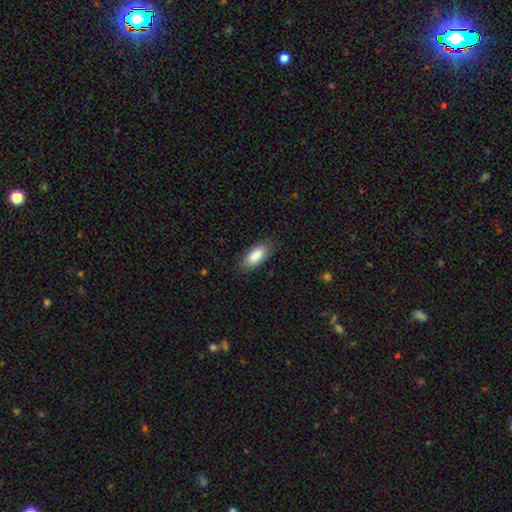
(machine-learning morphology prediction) Overall: smooth (87%). How rounded: in between (85%). Merging: none (84%).